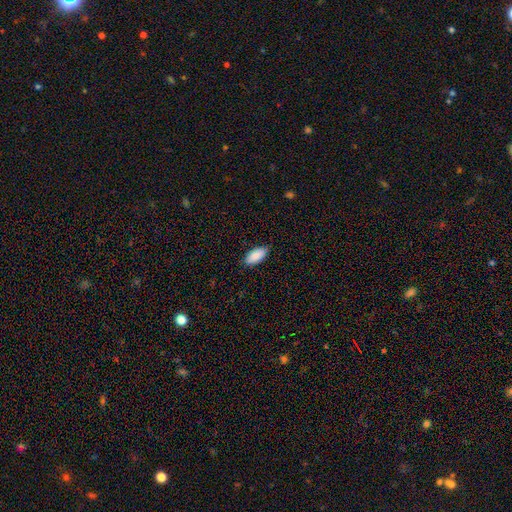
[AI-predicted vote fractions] A smooth galaxy with no disk features (88%) that is in between round and cigar-shaped (92%).

Vote fractions:
- Smooth or featured? smooth: 88% / star or artifact: 6% / featured or disk: 6%
- How rounded? in between: 92% / cigar-shaped: 7% / round: 2%
- Merging? none: 83% / minor disturbance: 14% / major disturbance: 2% / merger: 1%